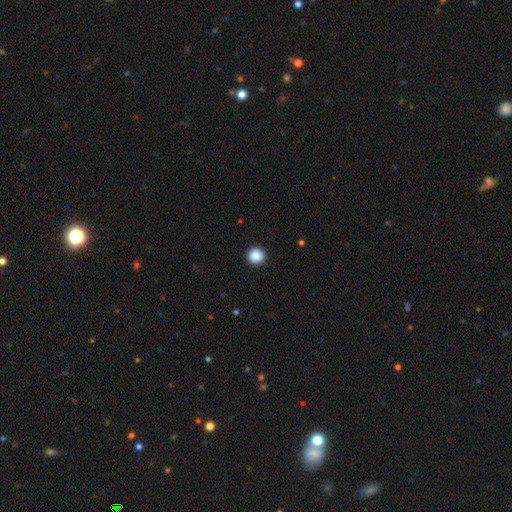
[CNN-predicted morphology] Smooth or featured: smooth — 88% (star or artifact — 9%)
How rounded: round — 95% (in between — 5%)
Merging: none — 92% (minor disturbance — 5%)